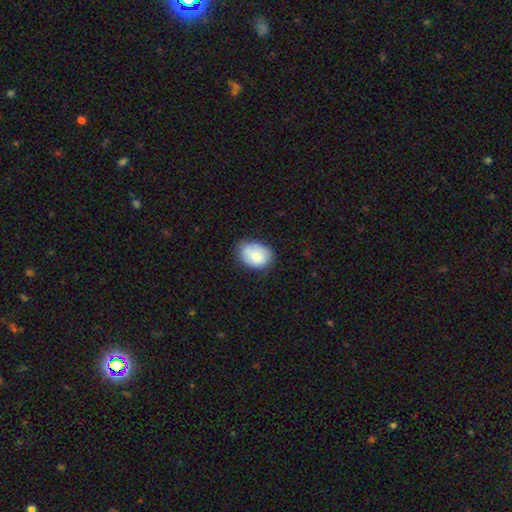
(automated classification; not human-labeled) Morphology: type=smooth (81%); roundness=in between (74%); merging=none (65%).